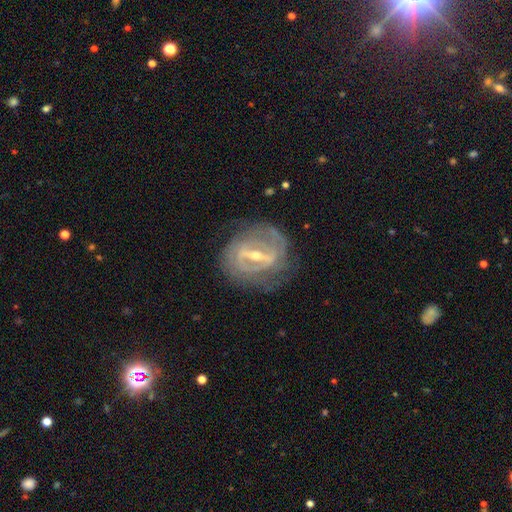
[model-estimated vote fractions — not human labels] Q: Smooth or featured?
A: featured or disk (88%); runner-up: smooth (7%)
Q: Edge-on disk?
A: no (92%); runner-up: yes (8%)
Q: Bar?
A: strong (71%); runner-up: weak (23%)
Q: Spiral arms?
A: yes (86%); runner-up: no (14%)
Q: Spiral winding?
A: tight (61%); runner-up: medium (29%)
Q: Spiral arm count?
A: 2 (43%); runner-up: can't tell (32%)
Q: Bulge size?
A: small (48%); tied with: moderate (48%)
Q: Merging?
A: none (73%); runner-up: minor disturbance (17%)